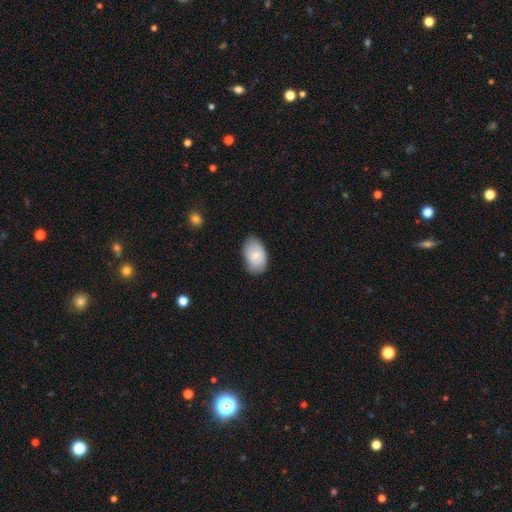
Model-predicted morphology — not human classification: This appears to be a smooth galaxy with no disk features (76%) that is in between round and cigar-shaped (91%). Merging: none (72%).